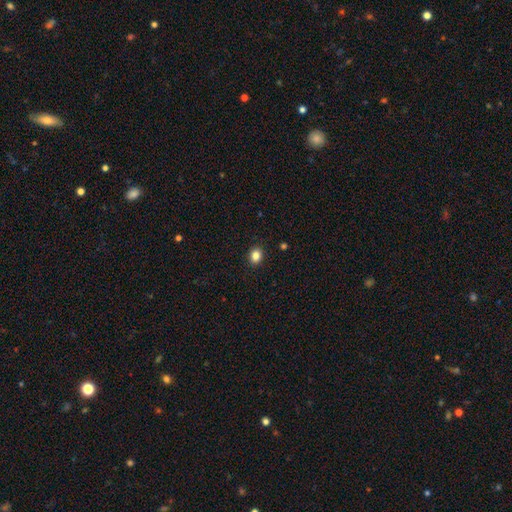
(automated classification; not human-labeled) Smooth or featured?
  - smooth: 84% *
  - star or artifact: 11%
  - featured or disk: 5%
How rounded?
  - round: 61% *
  - in between: 38%
  - cigar-shaped: 1%
Merging?
  - none: 91% *
  - minor disturbance: 6%
  - major disturbance: 2%
  - merger: 1%